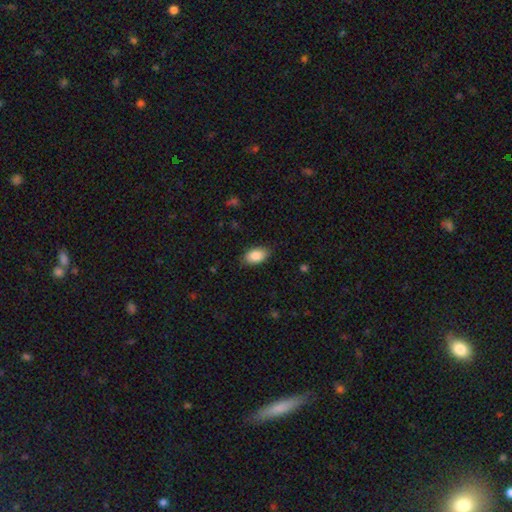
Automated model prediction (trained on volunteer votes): smooth 87%, star or artifact 7%, featured or disk 6%. Down the decision tree: how rounded — in between (92%); merging — none (85%).